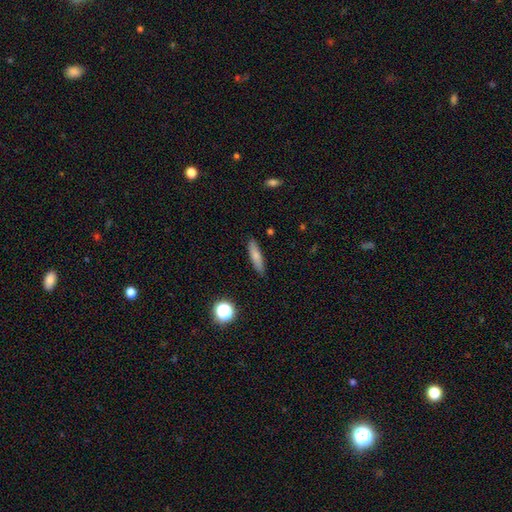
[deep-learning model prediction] A smooth galaxy with no disk features (76%) that is cigar-shaped (75%). Merging: none (86%).